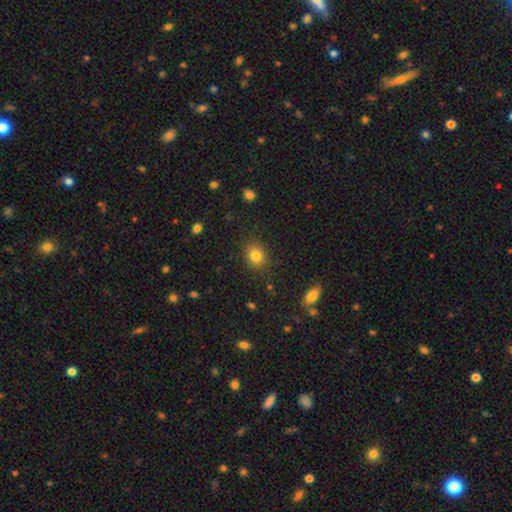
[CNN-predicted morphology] type=smooth (81%); roundness=round (58%); merging=none (85%).